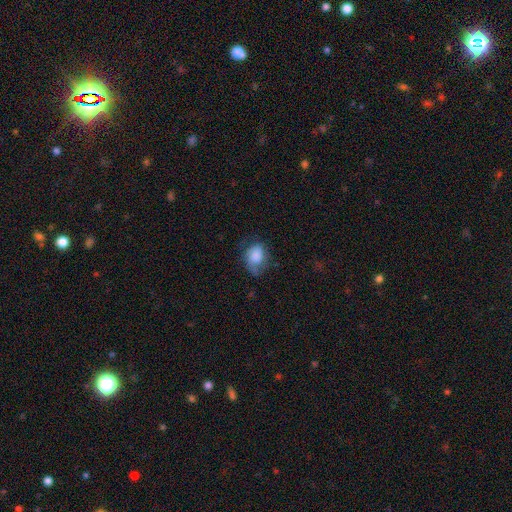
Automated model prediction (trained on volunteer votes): Morphology: type=smooth (72%); roundness=in between (63%); merging=none (49%).